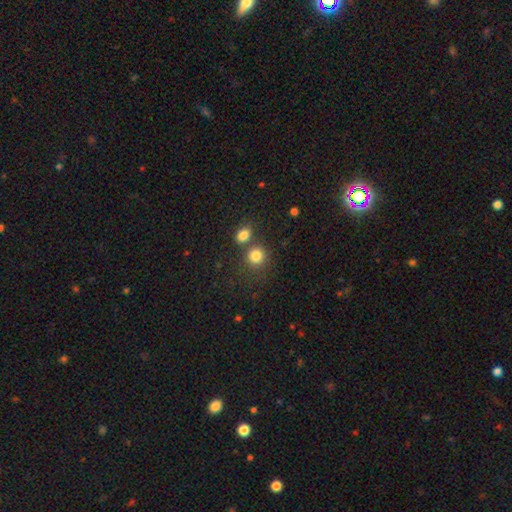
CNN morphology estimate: Smooth or featured? Predicted: smooth (p=0.81). How rounded? Predicted: round (p=0.83). Merging? Predicted: none (p=0.59).